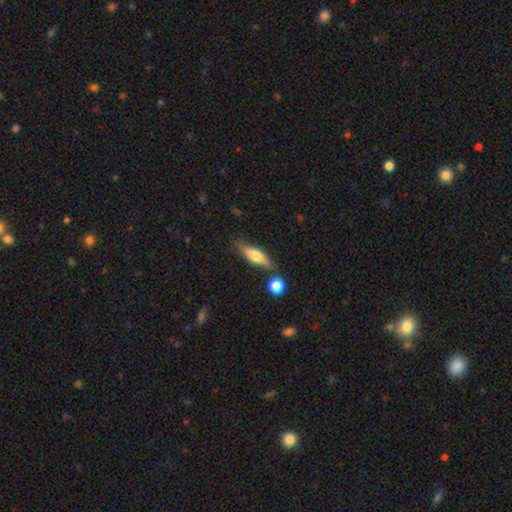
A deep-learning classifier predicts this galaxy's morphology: Smooth or featured: smooth — 53% (featured or disk — 41%)
How rounded: cigar-shaped — 60% (in between — 37%)
Merging: none — 72% (minor disturbance — 16%)